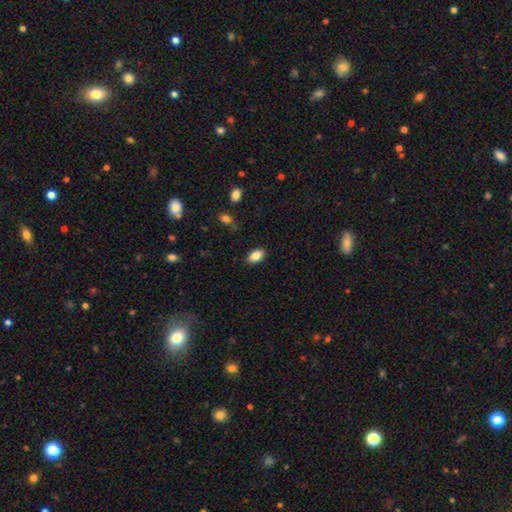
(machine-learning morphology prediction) The model was most divided on "merging": none: 87%, minor disturbance: 10%, major disturbance: 2%, merger: 1%. More confident: how rounded — in between (92%); smooth or featured — smooth (86%).